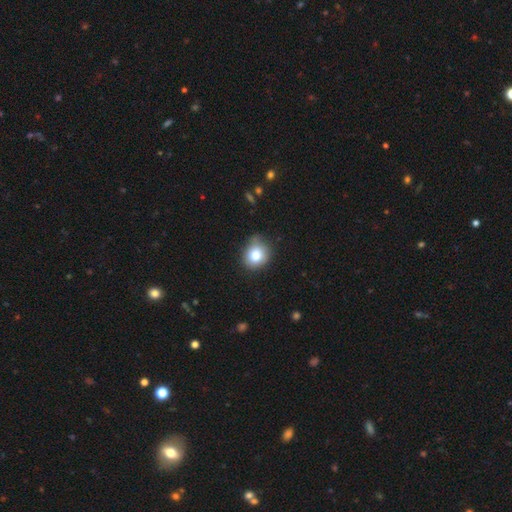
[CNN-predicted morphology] Smooth or featured? Predicted: smooth (p=0.80). How rounded? Predicted: round (p=0.75). Merging? Predicted: none (p=0.71).